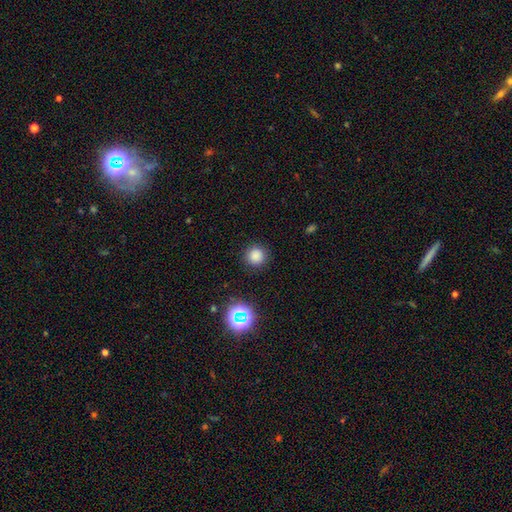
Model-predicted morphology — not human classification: This appears to be a smooth galaxy with no disk features (81%) that is round (95%). Merging: none (90%).